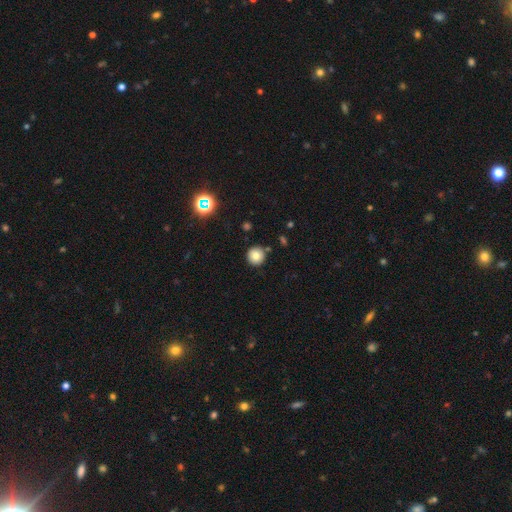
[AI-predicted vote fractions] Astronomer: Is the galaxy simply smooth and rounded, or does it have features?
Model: smooth — 78%.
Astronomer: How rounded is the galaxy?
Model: round — 94%.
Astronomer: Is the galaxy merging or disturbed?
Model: none — 87%.